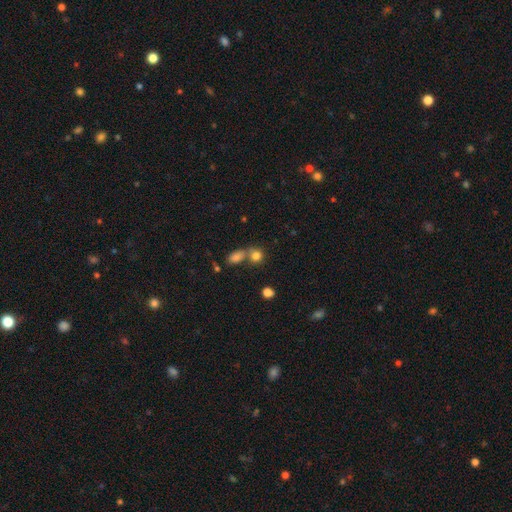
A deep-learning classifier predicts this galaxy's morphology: This is likely a smooth galaxy (80%). How rounded: likely round (70%). Merging: marginally none (44%).